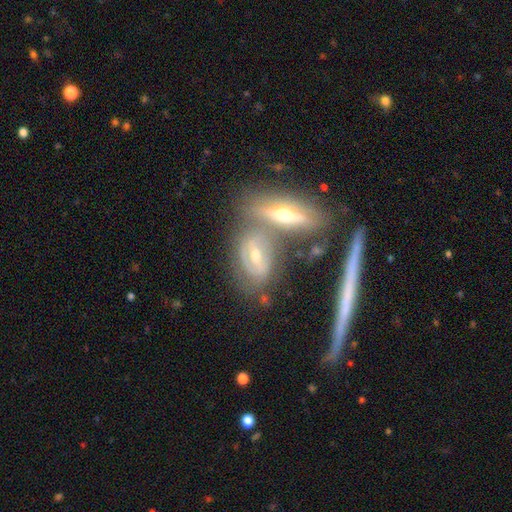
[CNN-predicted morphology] featured or disk 66%, smooth 24%, star or artifact 9%. Down the decision tree: edge-on disk — no (60%); merging — none (51%).